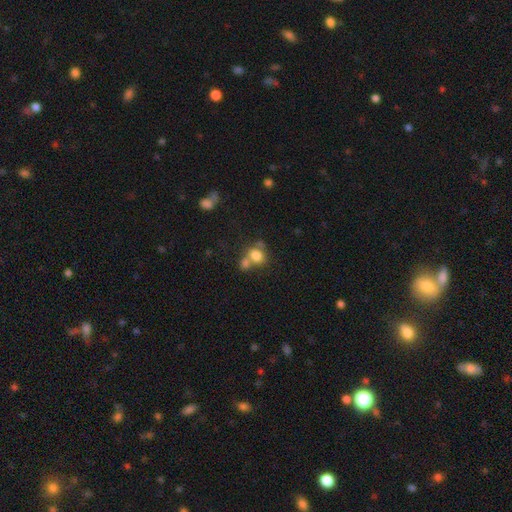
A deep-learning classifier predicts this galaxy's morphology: Overall: smooth (77%). How rounded: round (56%; in between 42%). Merging: merger (46%; none 37%).